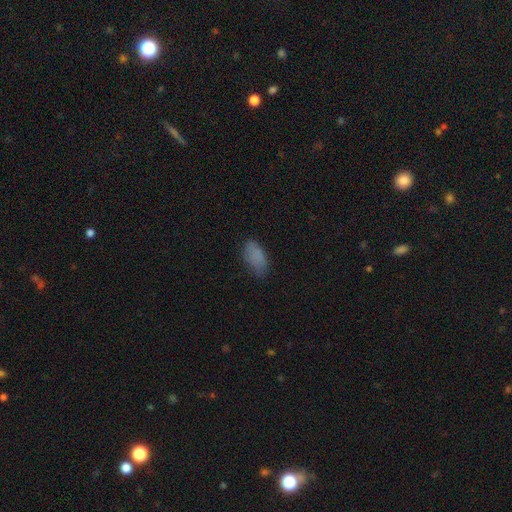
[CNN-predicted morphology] The model was most divided on "merging": none: 66%, minor disturbance: 25%, major disturbance: 7%, merger: 2%. More confident: how rounded — in between (92%); smooth or featured — smooth (82%).